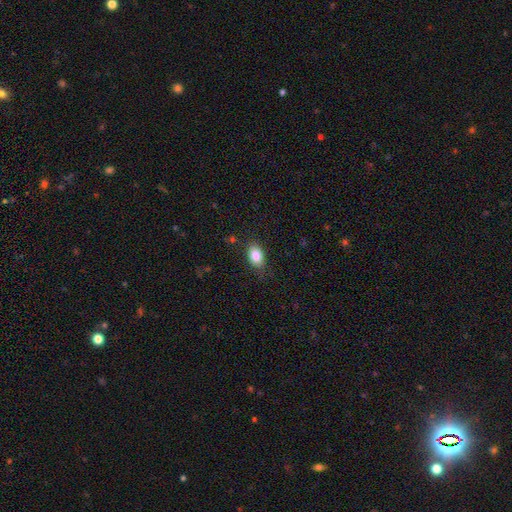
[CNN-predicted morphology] Smooth or featured: smooth — 86% (star or artifact — 8%)
How rounded: in between — 85% (round — 13%)
Merging: none — 79% (minor disturbance — 16%)